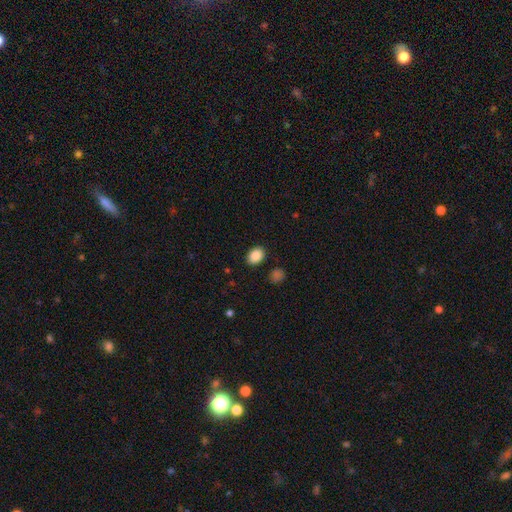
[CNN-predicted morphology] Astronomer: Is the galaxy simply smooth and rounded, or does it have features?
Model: smooth — 88%.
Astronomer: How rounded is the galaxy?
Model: in between — 70%.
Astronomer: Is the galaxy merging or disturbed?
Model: none — 87%.